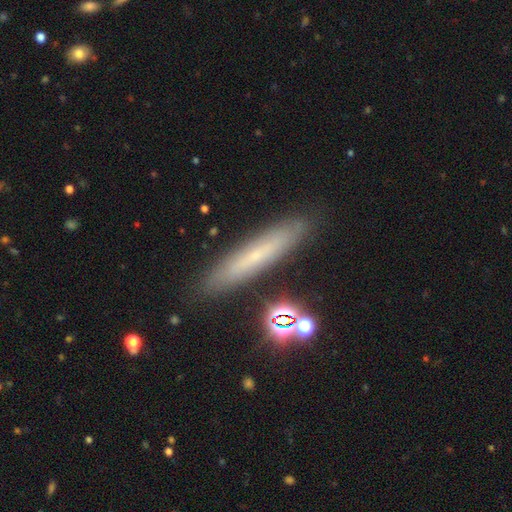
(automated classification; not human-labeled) This is possibly a smooth galaxy (47%). Merging: clearly none (87%).